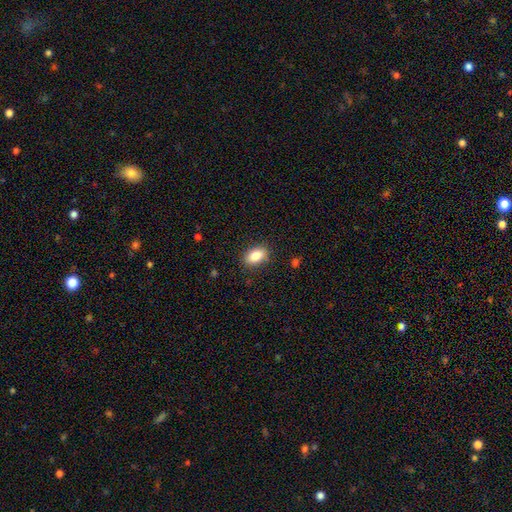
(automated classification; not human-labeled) Overall: smooth (85%). How rounded: in between (88%). Merging: none (86%).